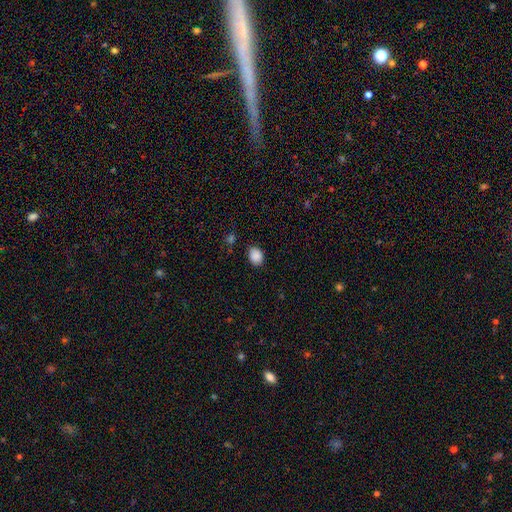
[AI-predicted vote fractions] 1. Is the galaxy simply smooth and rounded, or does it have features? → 88% smooth, 8% star or artifact, 3% featured or disk.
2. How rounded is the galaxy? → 60% in between, 39% round, 1% cigar-shaped.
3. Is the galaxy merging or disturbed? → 83% none, 12% minor disturbance, 3% major disturbance, 2% merger.